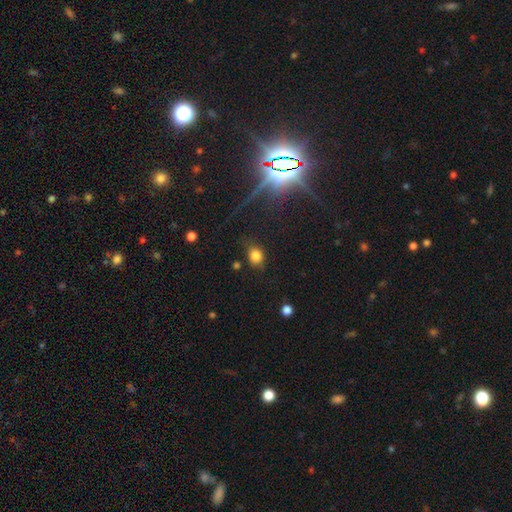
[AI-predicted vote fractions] Smooth or featured: smooth — 80% (star or artifact — 13%)
How rounded: round — 59% (in between — 40%)
Merging: none — 73% (minor disturbance — 18%)